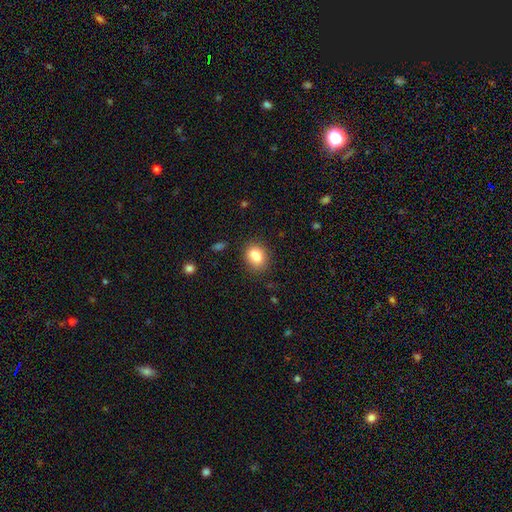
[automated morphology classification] A smooth galaxy with no disk features (83%) that is in between round and cigar-shaped (58%). Merging: none (71%).